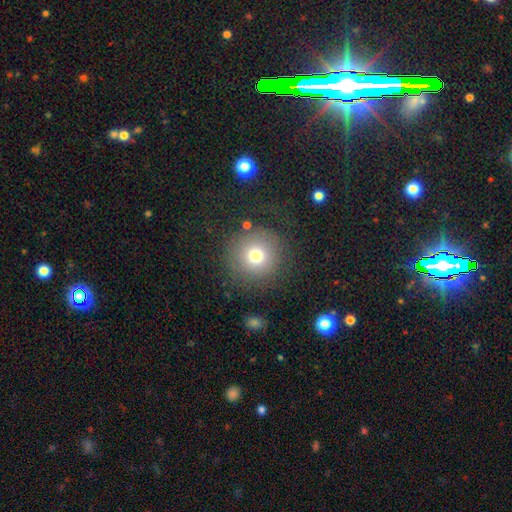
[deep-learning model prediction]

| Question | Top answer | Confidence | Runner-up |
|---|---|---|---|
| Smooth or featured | smooth | 74% | star or artifact (14%) |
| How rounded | round | 94% | in between (5%) |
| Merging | none | 81% | minor disturbance (10%) |